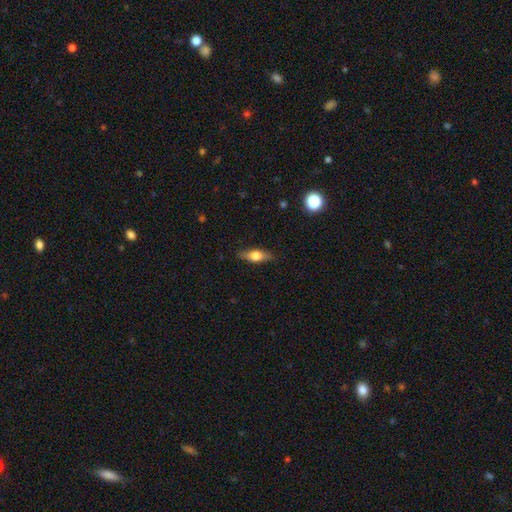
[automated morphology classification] smooth 57%, featured or disk 36%, star or artifact 7%. Down the decision tree: how rounded — in between (58%); merging — none (85%).